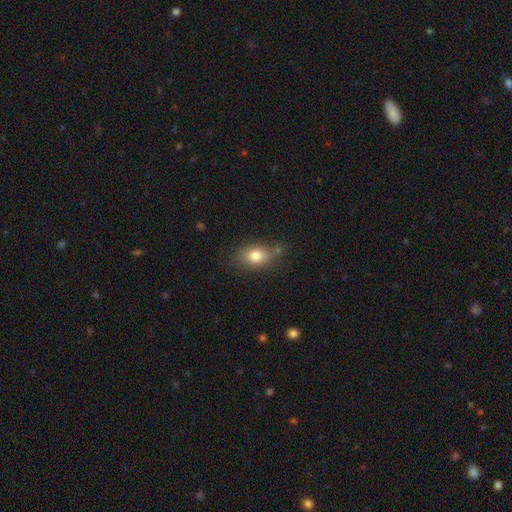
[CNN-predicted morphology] smooth 78%, featured or disk 12%, star or artifact 10%. Down the decision tree: how rounded — in between (74%); merging — none (66%).